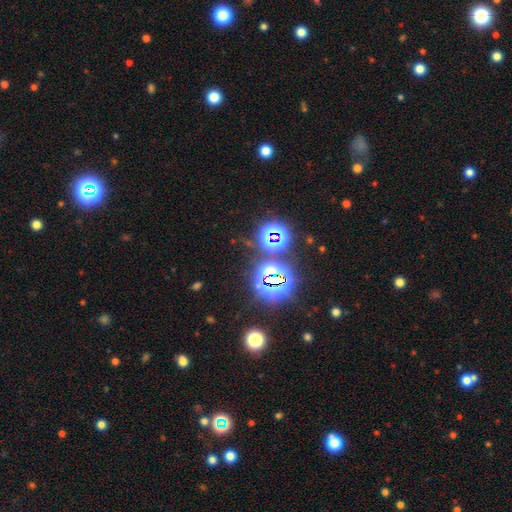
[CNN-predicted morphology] A star or artifact, not a galaxy (79%).

Vote fractions:
- Smooth or featured? star or artifact: 79% / smooth: 14% / featured or disk: 7%